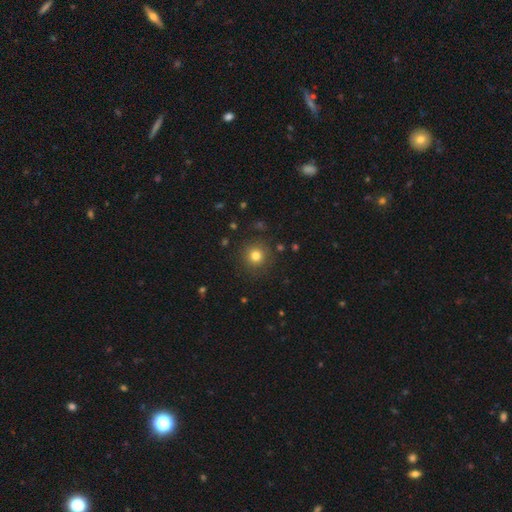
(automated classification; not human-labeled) smooth_or_featured: smooth (p=0.79) [alt: star or artifact p=0.14]
how_rounded: round (p=0.94) [alt: in between p=0.05]
merging: none (p=0.89) [alt: minor disturbance p=0.07]